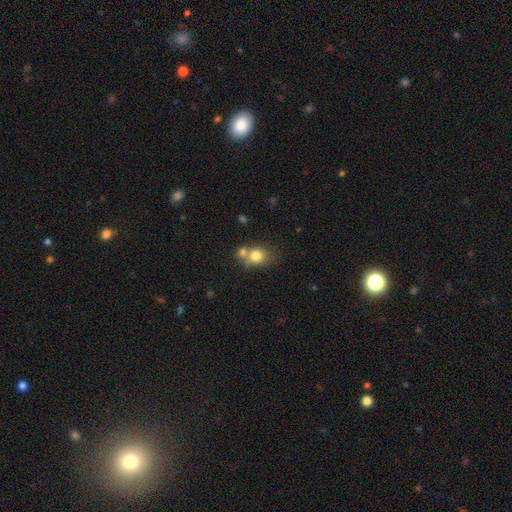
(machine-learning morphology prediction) smooth 78%, featured or disk 12%, star or artifact 10%. Down the decision tree: how rounded — round (59%); merging — none (44%).